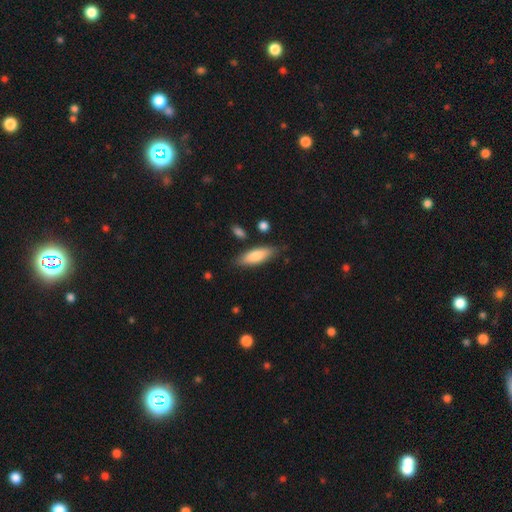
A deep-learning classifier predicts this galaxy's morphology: smooth-or-featured: smooth: 80% | featured or disk: 15% | star or artifact: 5%
  how-rounded: in between: 54% | cigar-shaped: 44% | round: 2%
  merging: none: 81% | minor disturbance: 13% | merger: 3% | major disturbance: 3%